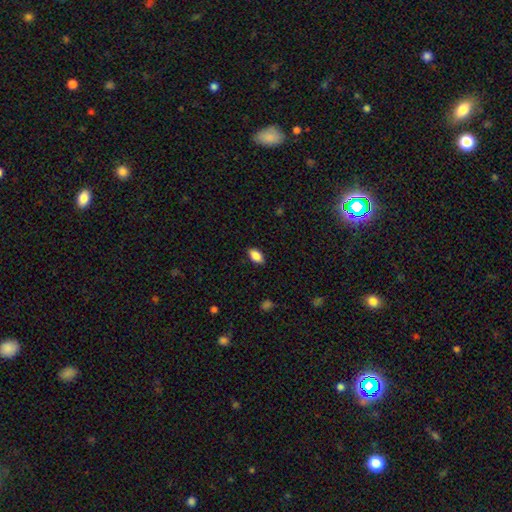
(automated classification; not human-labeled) Smooth or featured: smooth — 87% (star or artifact — 8%)
How rounded: in between — 92% (round — 4%)
Merging: none — 87% (minor disturbance — 10%)